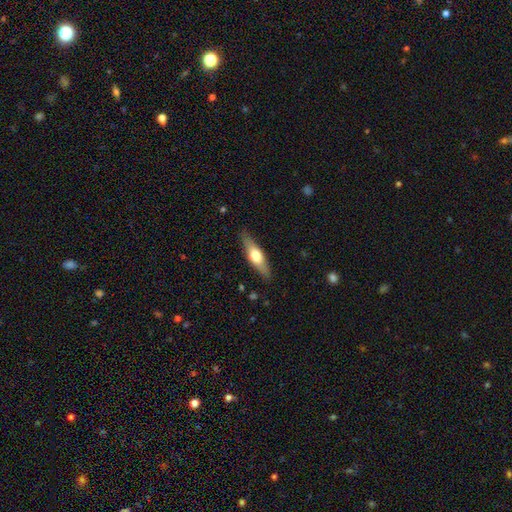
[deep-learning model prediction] Smooth or featured? smooth (49%)
Merging? none (86%)